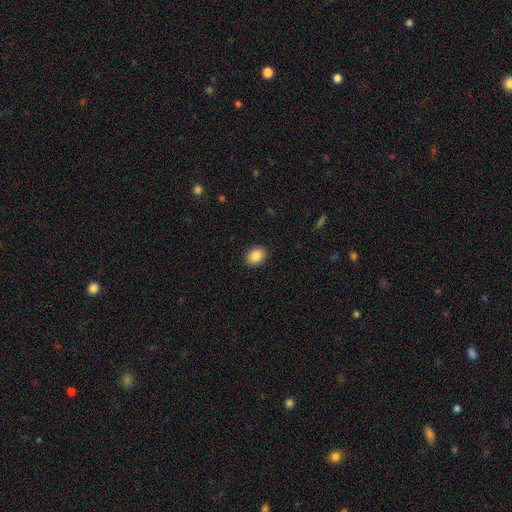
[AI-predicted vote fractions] smooth_or_featured: smooth (p=0.88) [alt: star or artifact p=0.08]
how_rounded: in between (p=0.61) [alt: round p=0.38]
merging: none (p=0.90) [alt: minor disturbance p=0.07]